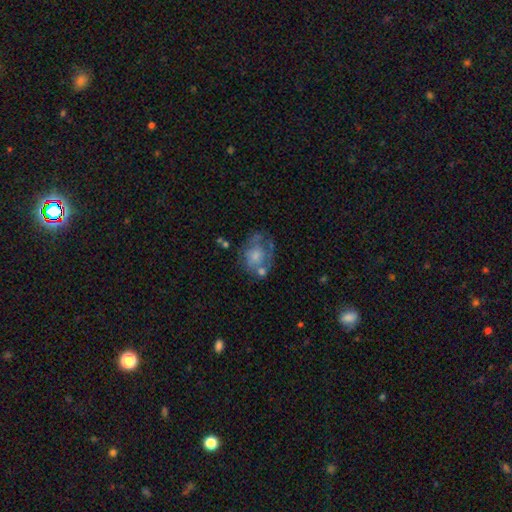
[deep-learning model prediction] Morphology: type=featured or disk (47%); merging=none (40%).